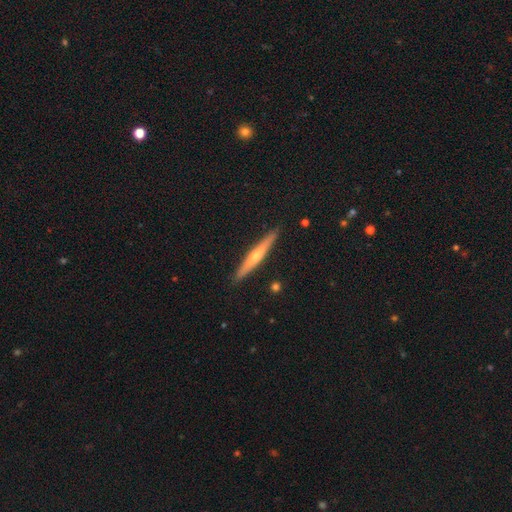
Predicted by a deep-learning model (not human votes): Smooth or featured? featured or disk (65%)
Edge-on disk? yes (97%)
Edge-on bulge? rounded (82%)
Merging? none (91%)